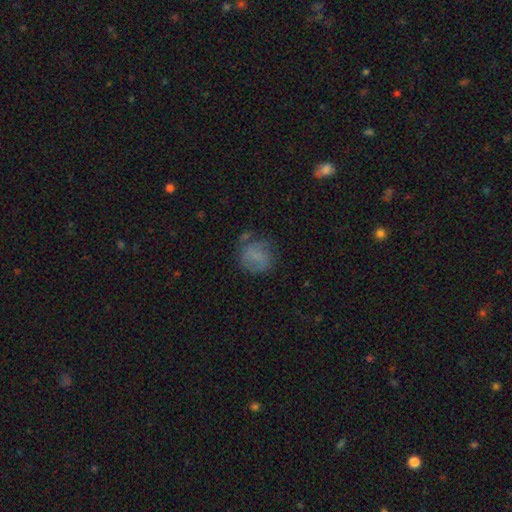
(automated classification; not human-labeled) Smooth or featured?
  - smooth: 65% *
  - featured or disk: 24%
  - star or artifact: 11%
How rounded?
  - round: 80% *
  - in between: 19%
  - cigar-shaped: 1%
Merging?
  - none: 57% *
  - minor disturbance: 24%
  - major disturbance: 14%
  - merger: 5%